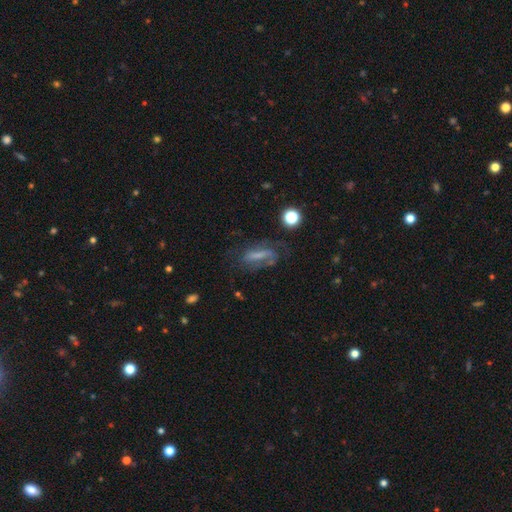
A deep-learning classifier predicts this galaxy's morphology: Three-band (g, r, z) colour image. It shows a featured or disk galaxy (56%). Merging: none (59%).